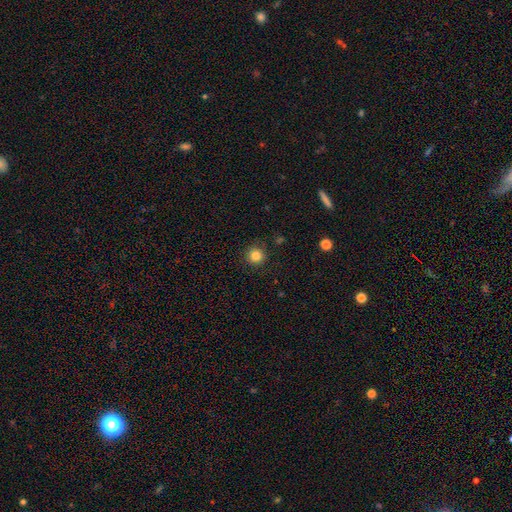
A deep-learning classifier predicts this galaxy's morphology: This is clearly a smooth galaxy (84%). How rounded: clearly round (95%). Merging: clearly none (90%).